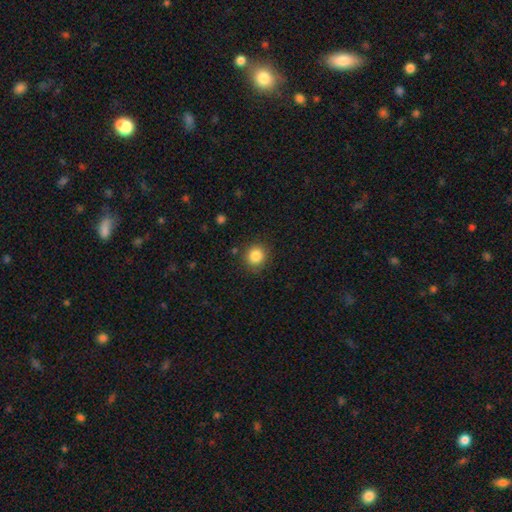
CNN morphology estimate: A smooth galaxy with no disk features (85%) that is round (89%).

Vote fractions:
- Smooth or featured? smooth: 85% / star or artifact: 10% / featured or disk: 5%
- How rounded? round: 89% / in between: 11% / cigar-shaped: 1%
- Merging? none: 87% / minor disturbance: 9% / major disturbance: 3% / merger: 2%